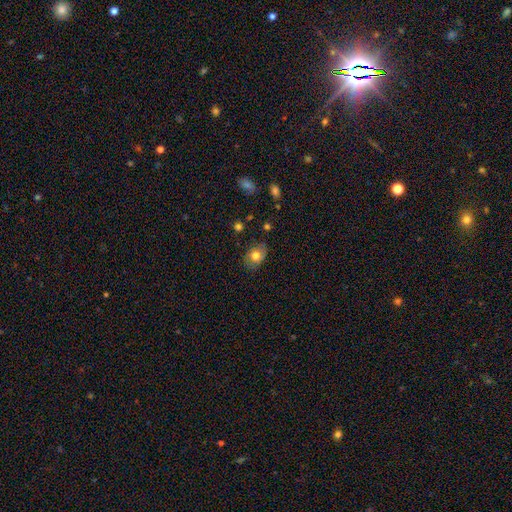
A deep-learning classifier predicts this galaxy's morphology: smooth 72%, featured or disk 19%, star or artifact 9%. Down the decision tree: how rounded — in between (74%); merging — none (76%).